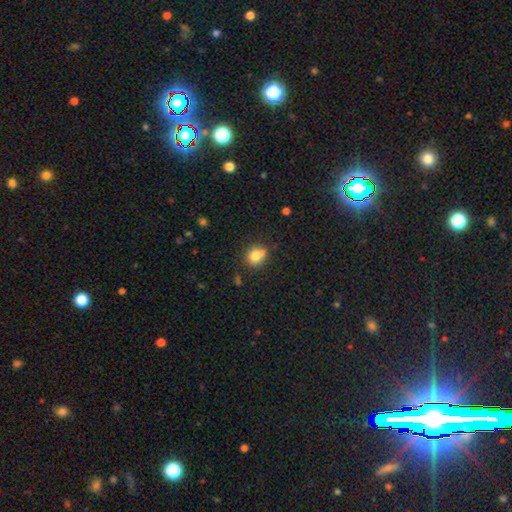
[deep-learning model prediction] Smooth or featured? smooth (77%)
How rounded? round (74%)
Merging? none (57%)